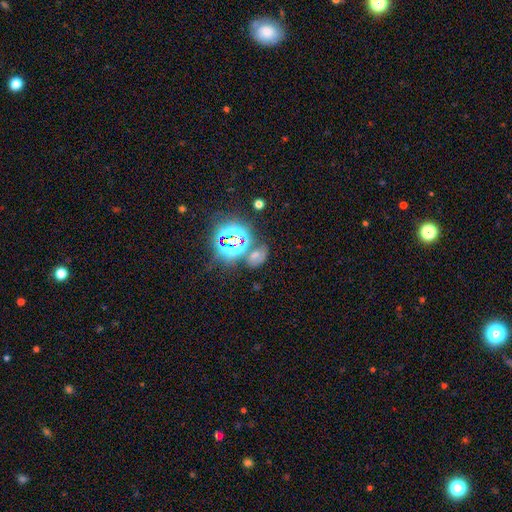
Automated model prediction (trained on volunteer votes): Smooth or featured: star or artifact — 49% (smooth — 37%)